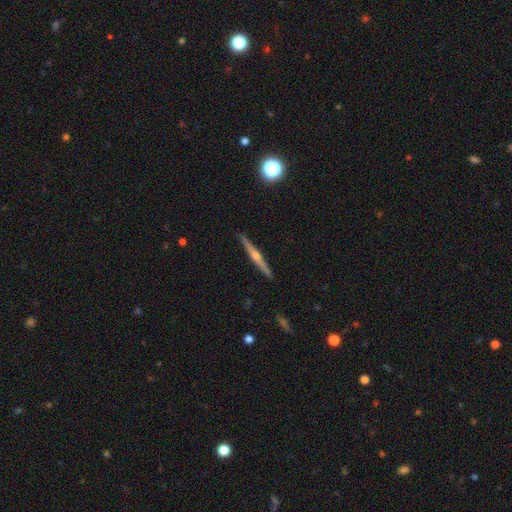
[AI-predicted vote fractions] Smooth or featured? featured or disk (81%)
Edge-on disk? yes (98%)
Edge-on bulge? rounded (93%)
Merging? none (92%)